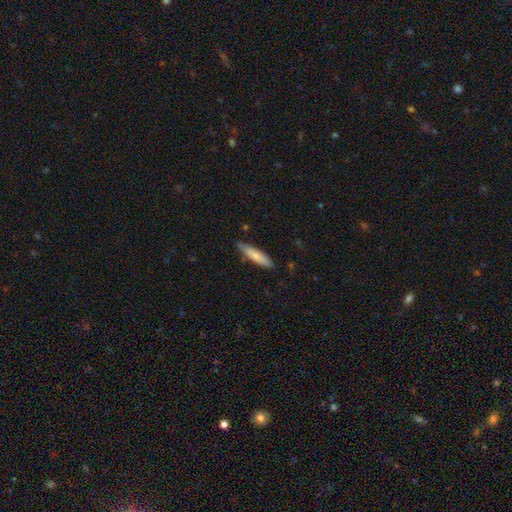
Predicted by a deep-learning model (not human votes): Smooth or featured?
  - smooth: 77% *
  - featured or disk: 18%
  - star or artifact: 5%
How rounded?
  - cigar-shaped: 79% *
  - in between: 19%
  - round: 1%
Merging?
  - none: 79% *
  - minor disturbance: 17%
  - major disturbance: 2%
  - merger: 2%